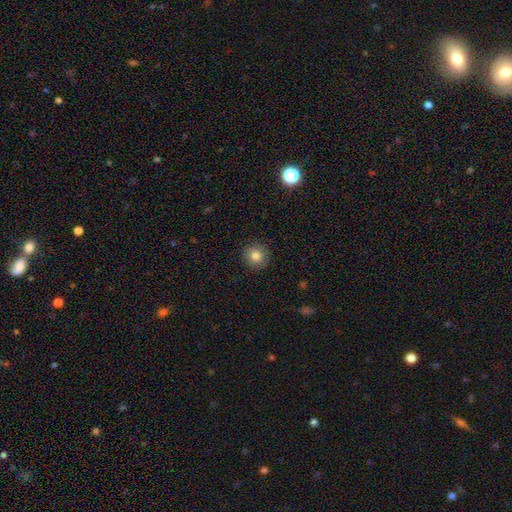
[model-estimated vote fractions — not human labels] A smooth galaxy with no disk features (82%) that is round (95%). Merging: none (92%).